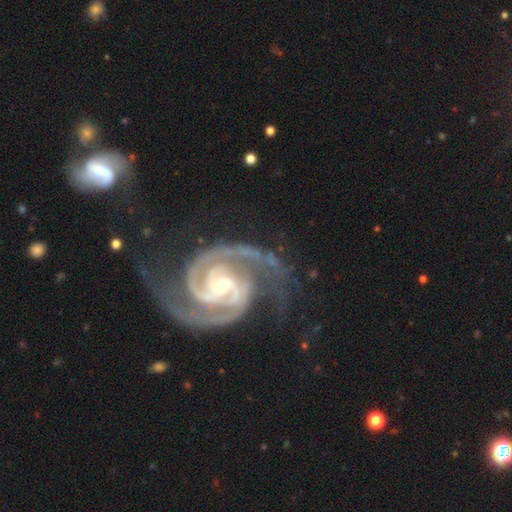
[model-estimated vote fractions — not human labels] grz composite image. It shows a featured or disk galaxy (94%) with a weak bar (40%), 2 (91%) medium (47%) spiral arms (99%) and a small central bulge (51%). Merging: none (70%).